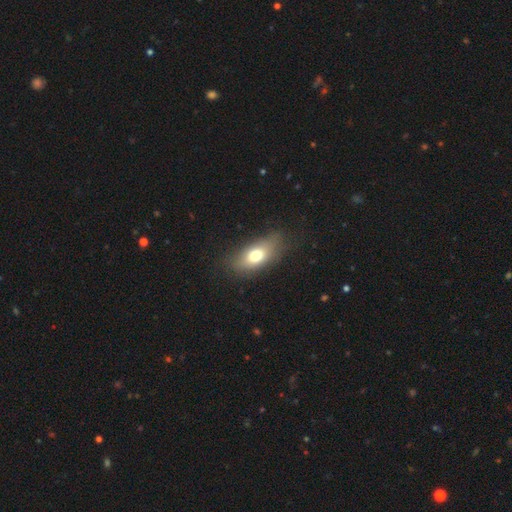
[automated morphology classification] smooth_or_featured: smooth (p=0.73) [alt: featured or disk p=0.18]
how_rounded: in between (p=0.84) [alt: cigar-shaped p=0.09]
merging: none (p=0.74) [alt: minor disturbance p=0.18]